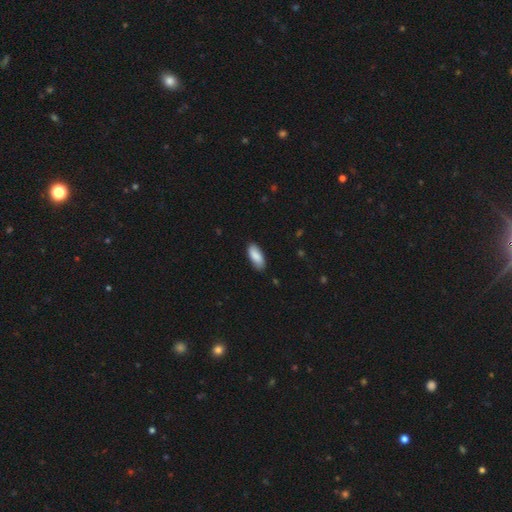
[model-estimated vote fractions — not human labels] Smooth or featured? smooth (87%)
How rounded? in between (85%)
Merging? none (85%)